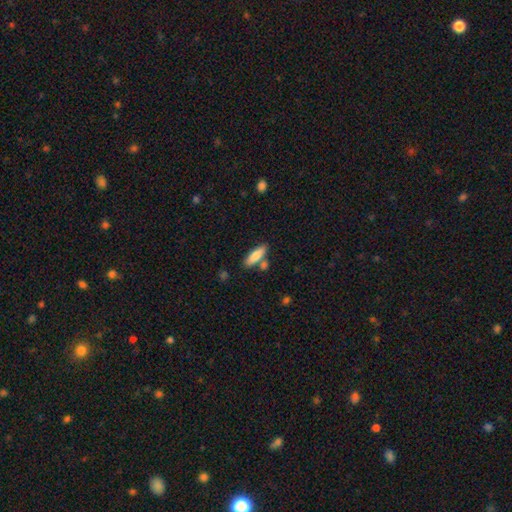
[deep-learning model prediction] Smooth or featured? Predicted: smooth (p=0.80). How rounded? Predicted: cigar-shaped (p=0.52). Merging? Predicted: none (p=0.72).